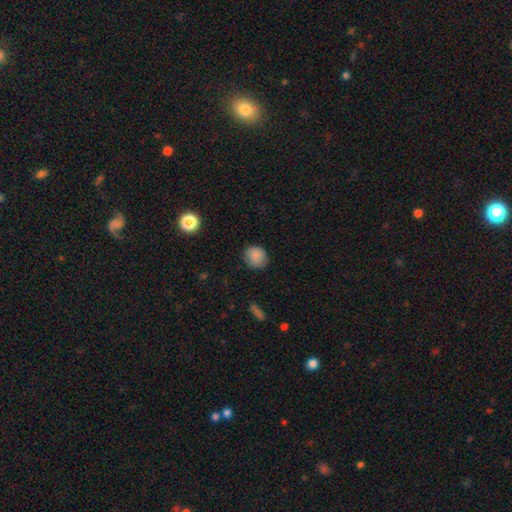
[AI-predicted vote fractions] Smooth or featured? smooth (86%)
How rounded? round (85%)
Merging? none (82%)